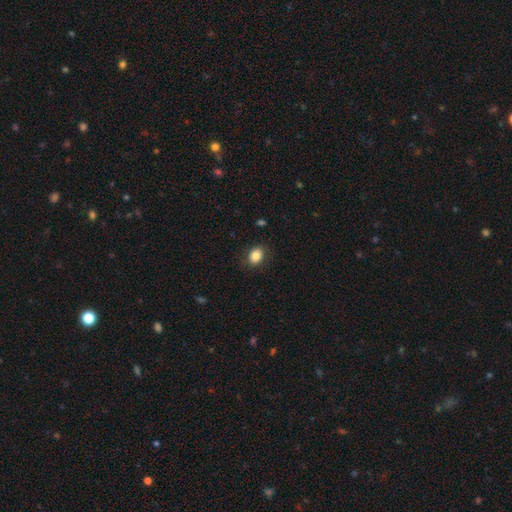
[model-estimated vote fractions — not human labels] Smooth or featured?
  - smooth: 84% *
  - star or artifact: 9%
  - featured or disk: 7%
How rounded?
  - in between: 62% *
  - round: 37%
  - cigar-shaped: 1%
Merging?
  - none: 85% *
  - minor disturbance: 11%
  - major disturbance: 3%
  - merger: 1%